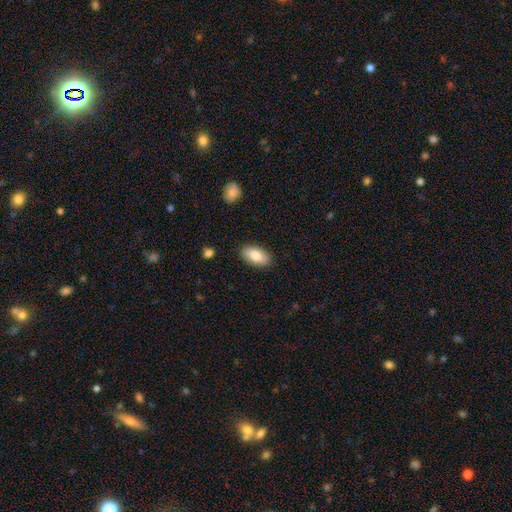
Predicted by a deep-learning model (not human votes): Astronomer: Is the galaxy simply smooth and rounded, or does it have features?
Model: smooth — 82%.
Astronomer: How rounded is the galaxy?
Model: in between — 93%.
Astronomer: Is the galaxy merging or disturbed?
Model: none — 88%.